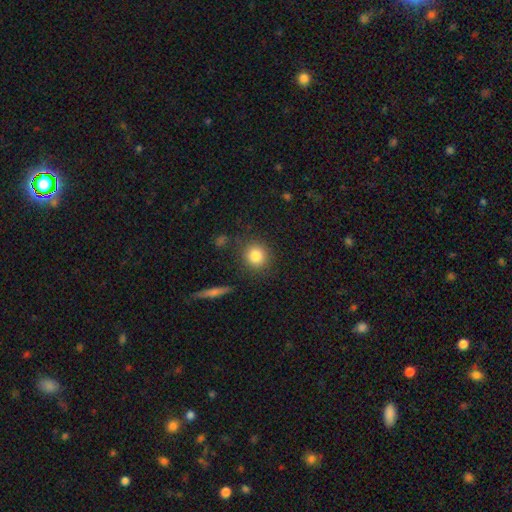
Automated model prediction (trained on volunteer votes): smooth 84%, star or artifact 9%, featured or disk 7%. Down the decision tree: how rounded — round (86%); merging — none (85%).